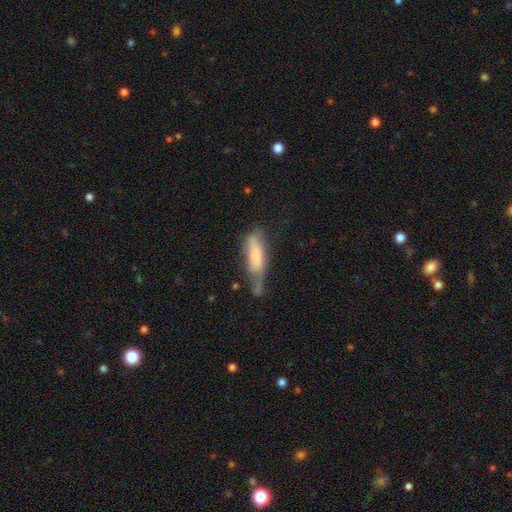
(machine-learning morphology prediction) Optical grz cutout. It shows a smooth galaxy with no disk features (67%) that is cigar-shaped (56%). Merging: minor disturbance (36%).